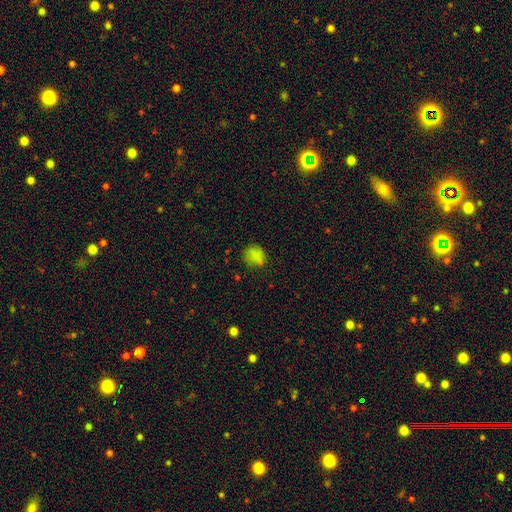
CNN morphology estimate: smooth-or-featured: smooth: 78% | star or artifact: 15% | featured or disk: 7%
  how-rounded: round: 59% | in between: 40% | cigar-shaped: 1%
  merging: none: 69% | minor disturbance: 21% | major disturbance: 7% | merger: 2%